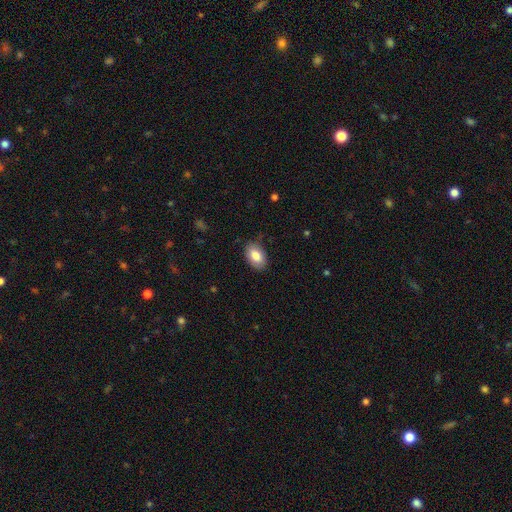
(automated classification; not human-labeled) smooth-or-featured: smooth: 84% | featured or disk: 9% | star or artifact: 7%
  how-rounded: in between: 91% | round: 8% | cigar-shaped: 1%
  merging: none: 84% | minor disturbance: 13% | major disturbance: 3% | merger: 1%